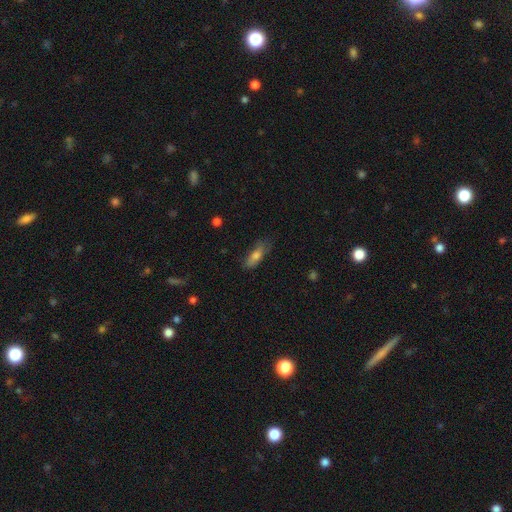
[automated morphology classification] smooth_or_featured: smooth (p=0.74) [alt: featured or disk p=0.18]
how_rounded: in between (p=0.62) [alt: cigar-shaped p=0.35]
merging: none (p=0.60) [alt: minor disturbance p=0.29]